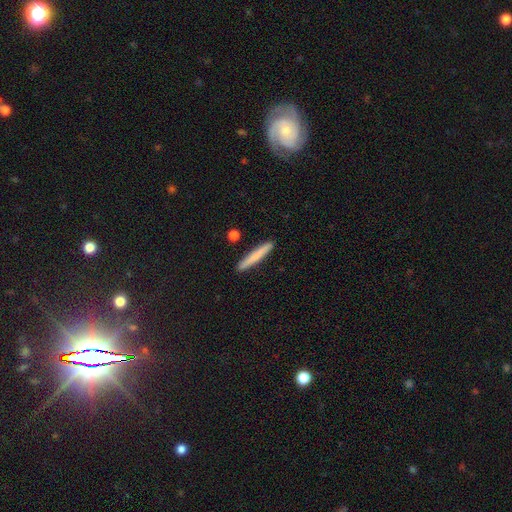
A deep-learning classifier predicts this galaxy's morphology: A smooth galaxy with no disk features (73%) that is cigar-shaped (96%). Merging: none (91%).